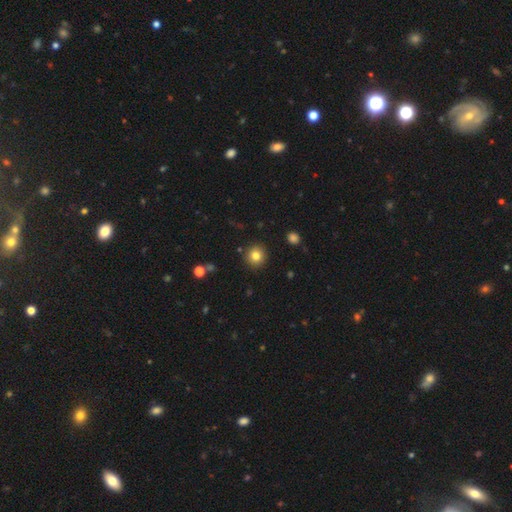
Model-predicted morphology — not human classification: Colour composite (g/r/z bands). It shows a smooth galaxy with no disk features (81%) that is round (93%). Merging: none (91%).